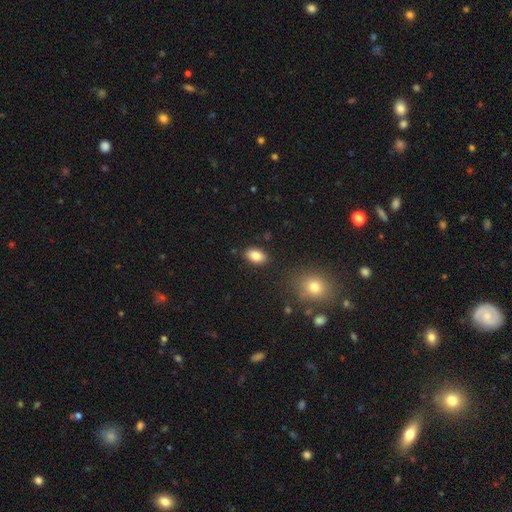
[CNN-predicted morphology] Q: Smooth or featured?
A: smooth (85%); runner-up: star or artifact (8%)
Q: How rounded?
A: in between (90%); runner-up: round (8%)
Q: Merging?
A: none (87%); runner-up: minor disturbance (9%)